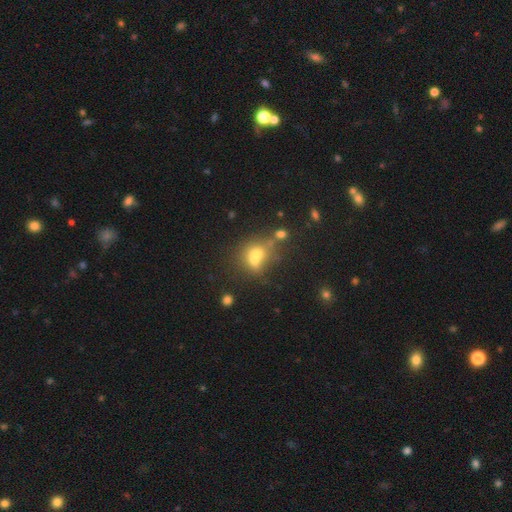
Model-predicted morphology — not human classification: Smooth or featured? Predicted: smooth (p=0.61). How rounded? Predicted: round (p=0.60). Merging? Predicted: merger (p=0.52).